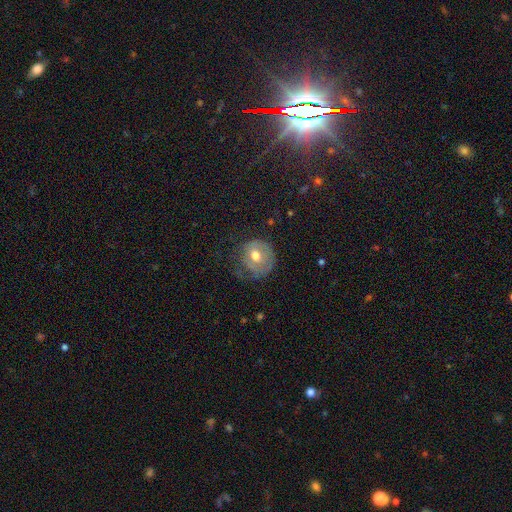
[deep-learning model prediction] smooth 54%, featured or disk 37%, star or artifact 8%. Down the decision tree: how rounded — round (81%); merging — none (51%).